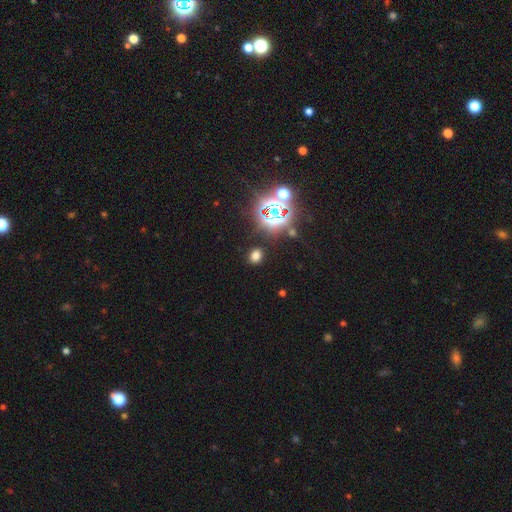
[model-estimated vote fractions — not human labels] This is likely a smooth galaxy (64%). How rounded: possibly round (57%). Merging: clearly none (86%).